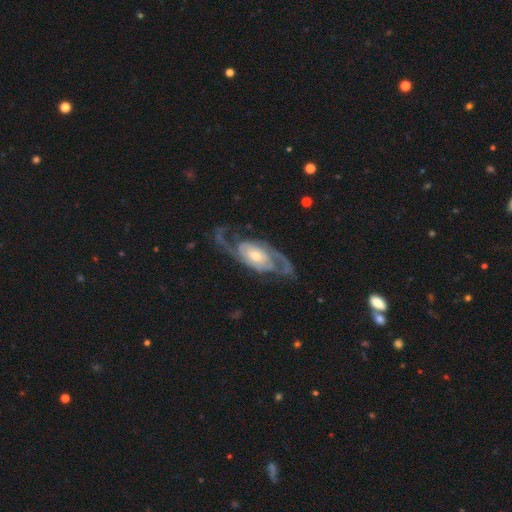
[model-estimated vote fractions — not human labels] A featured or disk galaxy (88%) with no bar (59%), 2 (83%) medium (44%) spiral arms (95%) and a moderate central bulge (56%).

Vote fractions:
- Smooth or featured? featured or disk: 88% / smooth: 8% / star or artifact: 4%
- Edge-on disk? no: 93% / yes: 7%
- Bar? no: 59% / weak: 31% / strong: 10%
- Spiral arms? yes: 95% / no: 5%
- Spiral winding? medium: 44% / tight: 29% / loose: 28%
- Spiral arm count? 2: 83% / can't tell: 7% / 1: 3% / 3: 3% / 4: 2% / more than 4: 2%
- Bulge size? moderate: 56% / small: 30% / large: 11% / none: 2% / dominant: 1%
- Merging? none: 66% / major disturbance: 17% / minor disturbance: 16% / merger: 2%